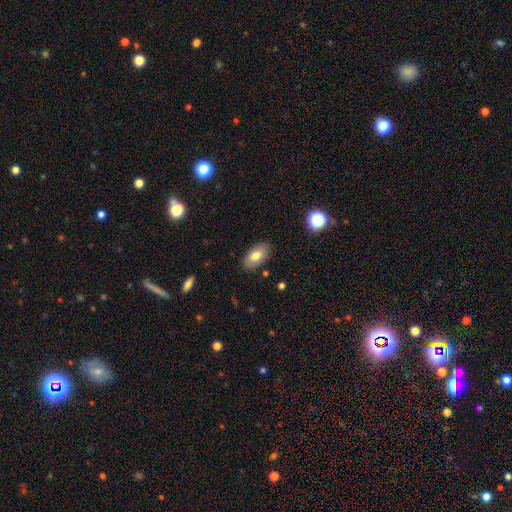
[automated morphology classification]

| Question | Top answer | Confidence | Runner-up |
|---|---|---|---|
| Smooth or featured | smooth | 76% | featured or disk (17%) |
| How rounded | in between | 93% | round (5%) |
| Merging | none | 86% | minor disturbance (11%) |